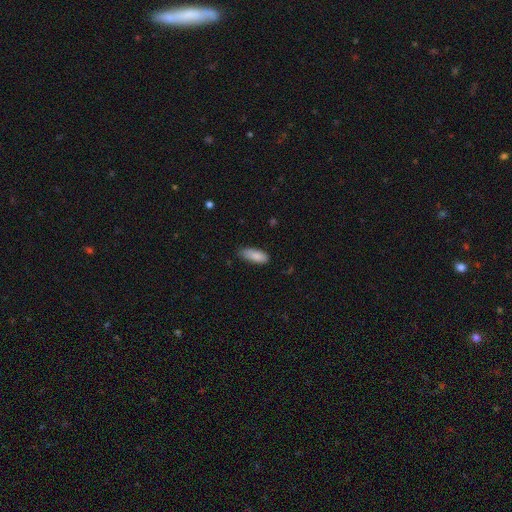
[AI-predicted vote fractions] Smooth or featured? smooth (87%)
How rounded? in between (76%)
Merging? none (73%)